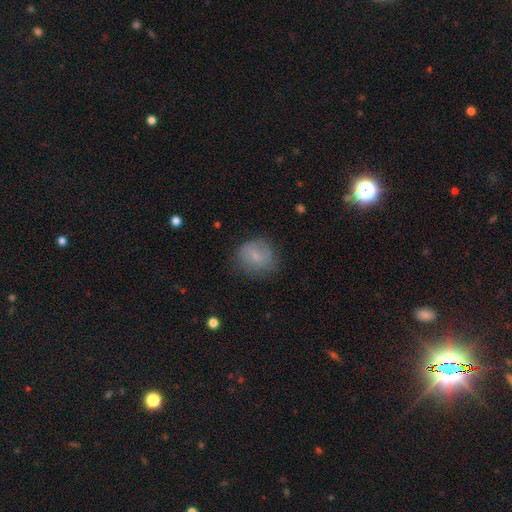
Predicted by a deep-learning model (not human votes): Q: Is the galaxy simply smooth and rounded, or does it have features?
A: smooth — 71%.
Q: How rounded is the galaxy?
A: round — 74%.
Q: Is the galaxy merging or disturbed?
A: none — 69%.